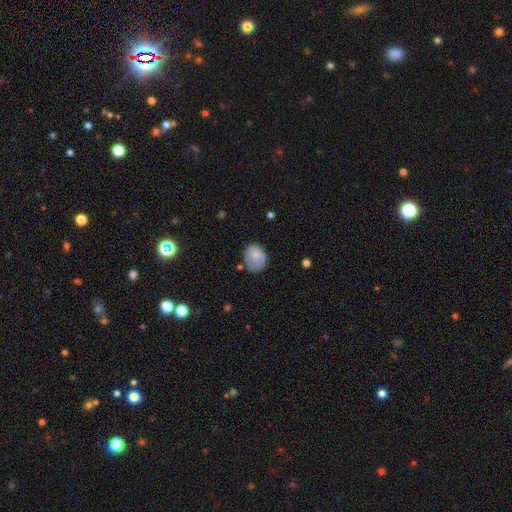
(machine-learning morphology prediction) smooth 74%, featured or disk 19%, star or artifact 8%. Down the decision tree: how rounded — in between (57%); merging — none (59%).